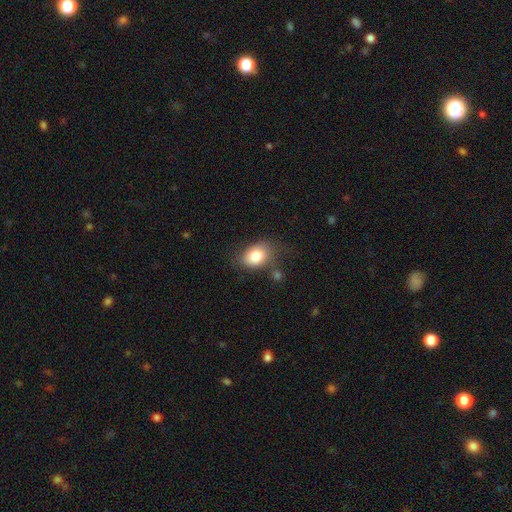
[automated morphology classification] Overall: smooth (81%). How rounded: in between (72%). Merging: none (63%).